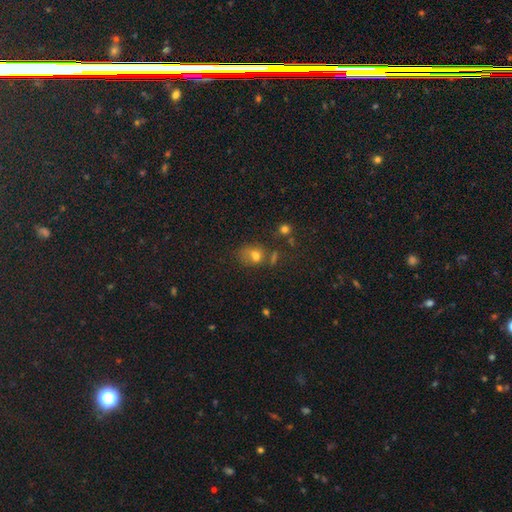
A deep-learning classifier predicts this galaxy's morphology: Smooth or featured? smooth (66%)
How rounded? in between (54%)
Merging? none (42%)